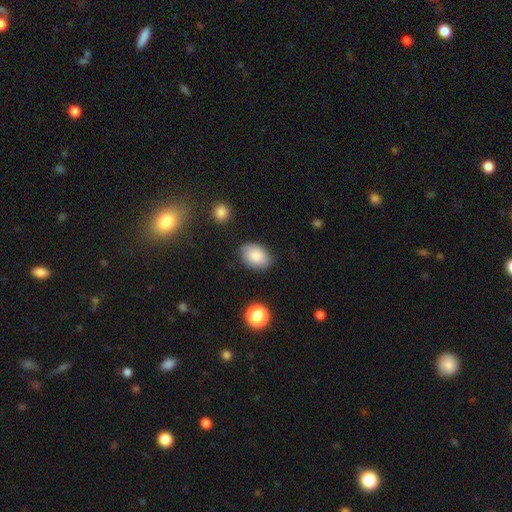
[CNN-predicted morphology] smooth-or-featured: smooth: 86% | star or artifact: 7% | featured or disk: 7%
  how-rounded: in between: 82% | round: 17% | cigar-shaped: 1%
  merging: none: 83% | minor disturbance: 13% | major disturbance: 3% | merger: 2%